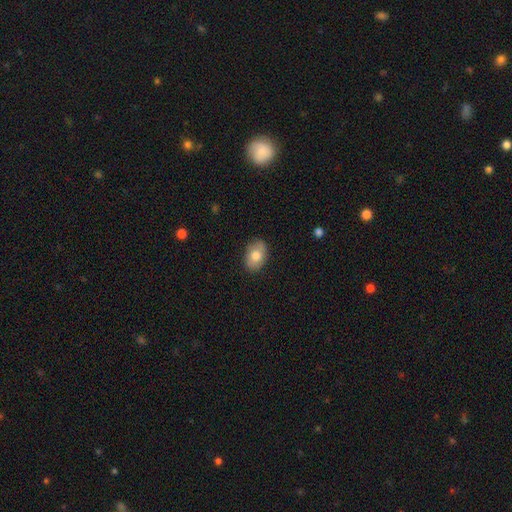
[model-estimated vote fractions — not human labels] Smooth or featured?
  - smooth: 77% *
  - featured or disk: 16%
  - star or artifact: 7%
How rounded?
  - in between: 82% *
  - round: 16%
  - cigar-shaped: 1%
Merging?
  - none: 83% *
  - minor disturbance: 13%
  - major disturbance: 3%
  - merger: 1%